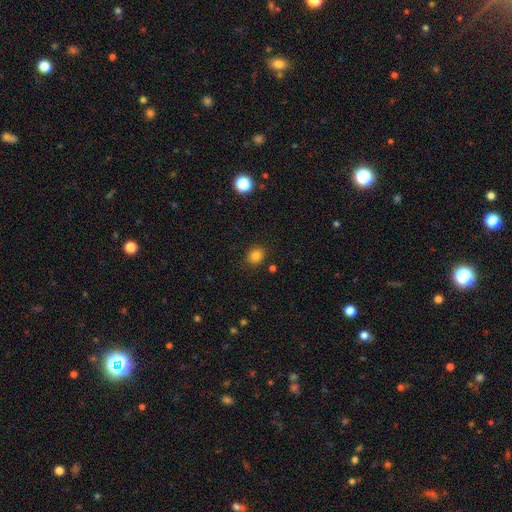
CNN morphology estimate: Smooth or featured? smooth (82%)
How rounded? round (74%)
Merging? none (86%)